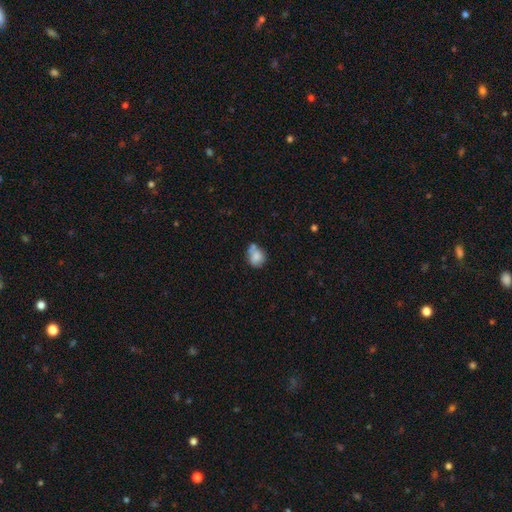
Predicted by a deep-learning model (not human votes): Smooth or featured? smooth (75%)
How rounded? round (59%)
Merging? none (42%)